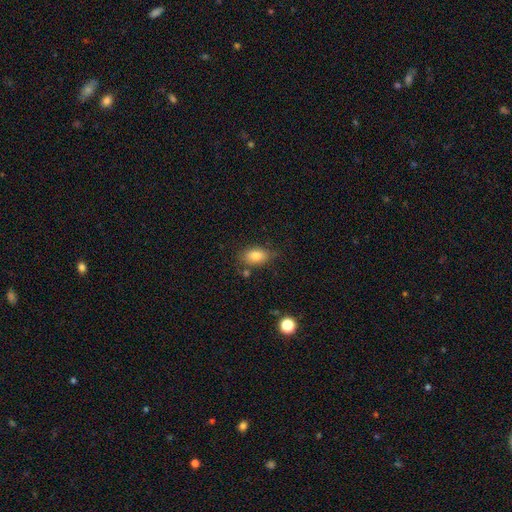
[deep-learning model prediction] A smooth galaxy with no disk features (80%) that is in between round and cigar-shaped (85%).

Vote fractions:
- Smooth or featured? smooth: 80% / featured or disk: 11% / star or artifact: 9%
- How rounded? in between: 85% / round: 13% / cigar-shaped: 2%
- Merging? none: 72% / minor disturbance: 19% / merger: 5% / major disturbance: 4%